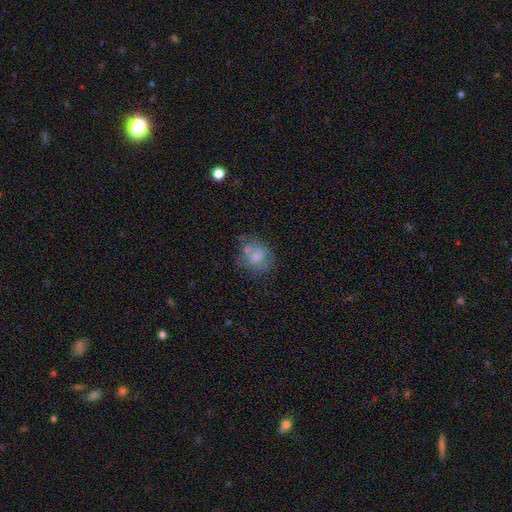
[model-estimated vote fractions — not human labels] Q: Smooth or featured?
A: smooth (60%); runner-up: featured or disk (30%)
Q: How rounded?
A: round (62%); runner-up: in between (37%)
Q: Merging?
A: none (45%); runner-up: merger (22%)